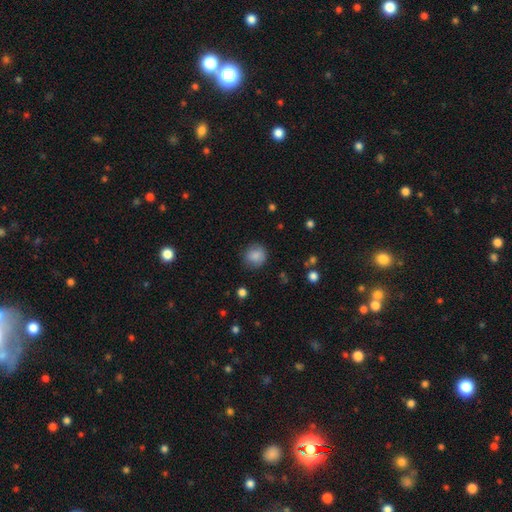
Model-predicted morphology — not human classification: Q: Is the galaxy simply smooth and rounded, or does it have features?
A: smooth — 85%.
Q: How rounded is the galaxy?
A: round — 86%.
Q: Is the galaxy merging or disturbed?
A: none — 81%.